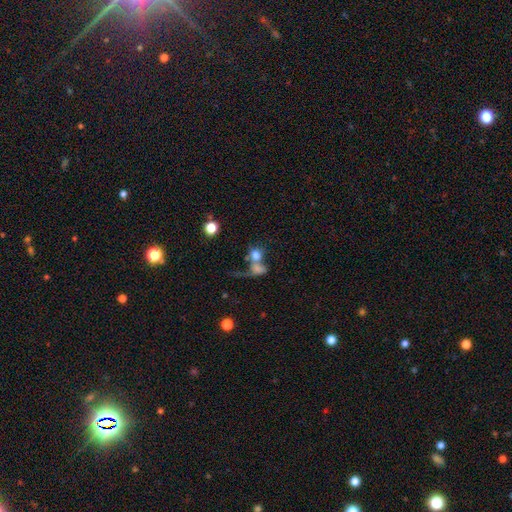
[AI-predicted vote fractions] Smooth or featured?
  - smooth: 69% *
  - featured or disk: 18%
  - star or artifact: 13%
How rounded?
  - round: 61% *
  - in between: 36%
  - cigar-shaped: 2%
Merging?
  - merger: 61% *
  - none: 19%
  - major disturbance: 13%
  - minor disturbance: 7%